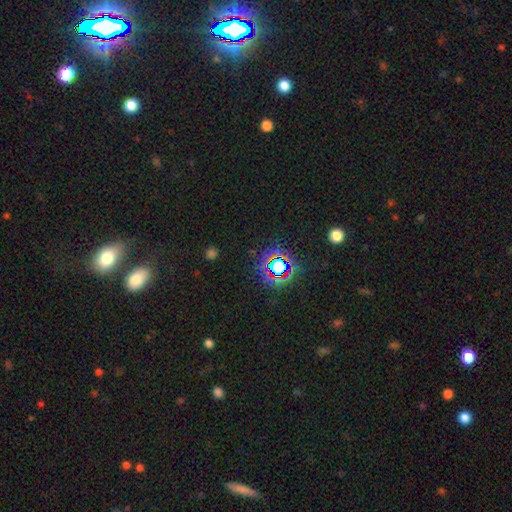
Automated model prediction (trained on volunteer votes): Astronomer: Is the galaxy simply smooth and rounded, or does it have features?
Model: star or artifact — 66%.